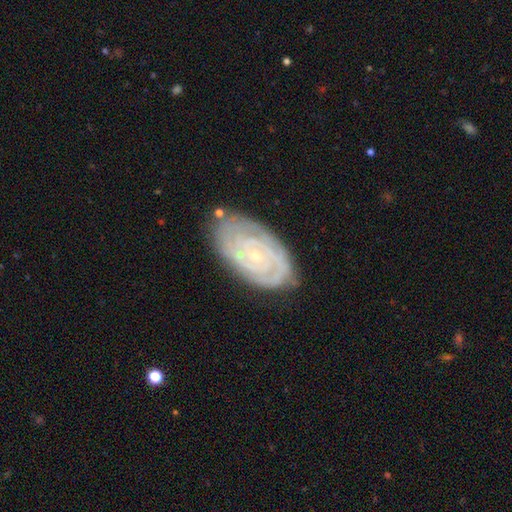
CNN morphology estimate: This is clearly a featured or disk galaxy (83%). It is clearly not viewed edge-on (96%). Bar: likely no (71%). Spiral arm pattern: clearly yes (95%). Spiral arm count: marginally can't tell (31%). Spiral winding: clearly tight (80%). Central bulge: clearly small (80%). Merging: likely none (76%).